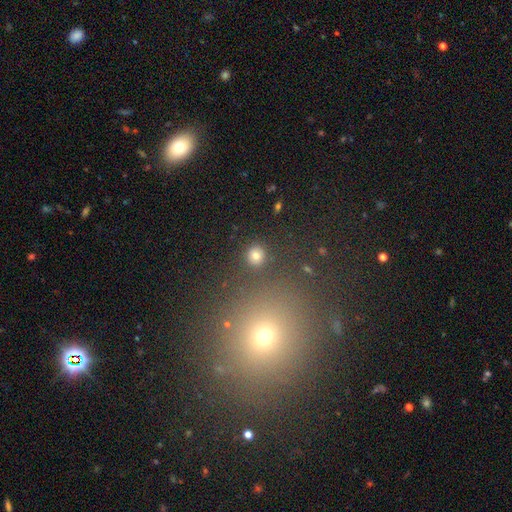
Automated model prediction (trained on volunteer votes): Overall: smooth (79%). How rounded: round (91%). Merging: none (89%).